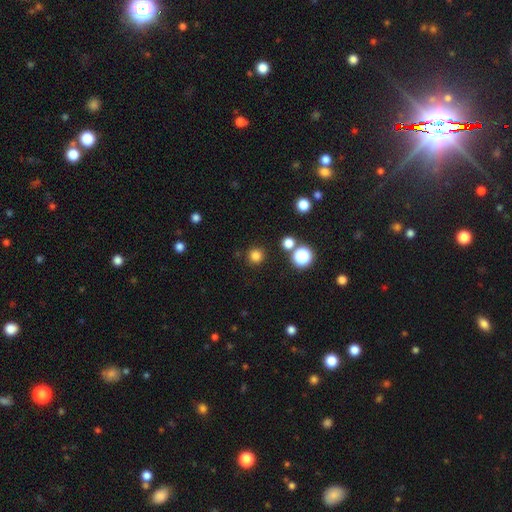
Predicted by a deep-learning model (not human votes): A smooth galaxy with no disk features (79%) that is round (96%).

Vote fractions:
- Smooth or featured? smooth: 79% / star or artifact: 17% / featured or disk: 4%
- How rounded? round: 96% / in between: 4% / cigar-shaped: 1%
- Merging? none: 89% / minor disturbance: 5% / merger: 3% / major disturbance: 2%